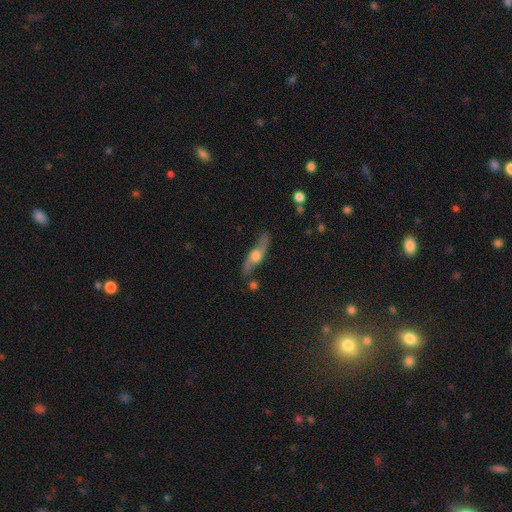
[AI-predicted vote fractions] Overall: featured or disk (68%). Edge-on disk: yes (63%; no 37%). Merging: none (75%).